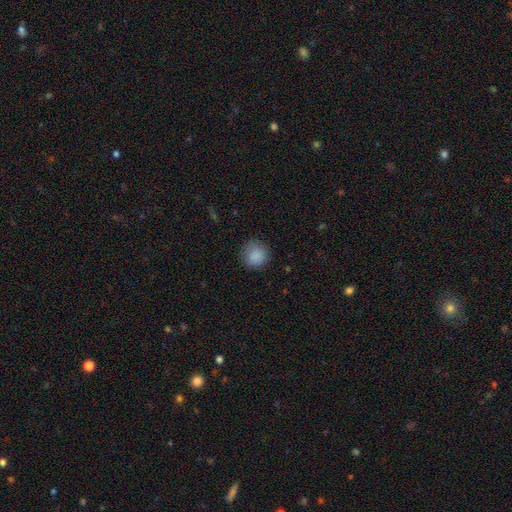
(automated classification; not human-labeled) Overall: smooth (88%). How rounded: round (92%). Merging: none (85%).